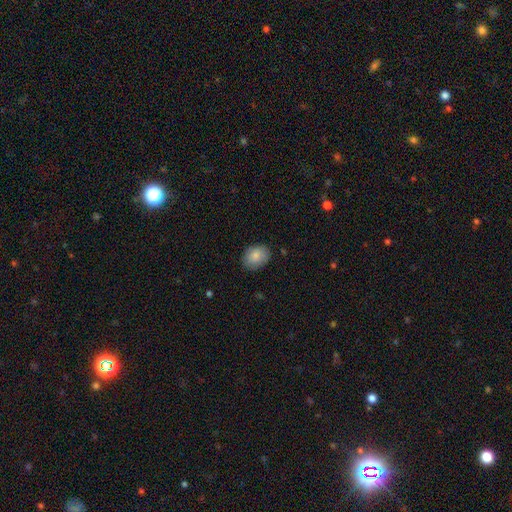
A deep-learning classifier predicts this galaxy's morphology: The model was most divided on "how rounded": in between: 64%, round: 35%, cigar-shaped: 1%. More confident: smooth or featured — smooth (84%); merging — none (82%).